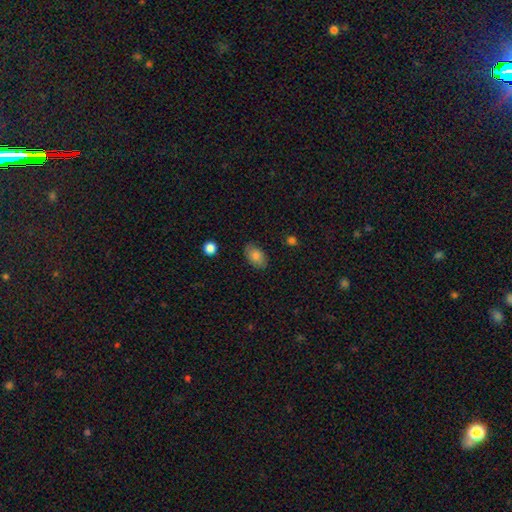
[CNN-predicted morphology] smooth-or-featured: smooth: 83% | featured or disk: 9% | star or artifact: 8%
  how-rounded: in between: 90% | round: 8% | cigar-shaped: 2%
  merging: none: 83% | minor disturbance: 13% | major disturbance: 3% | merger: 1%